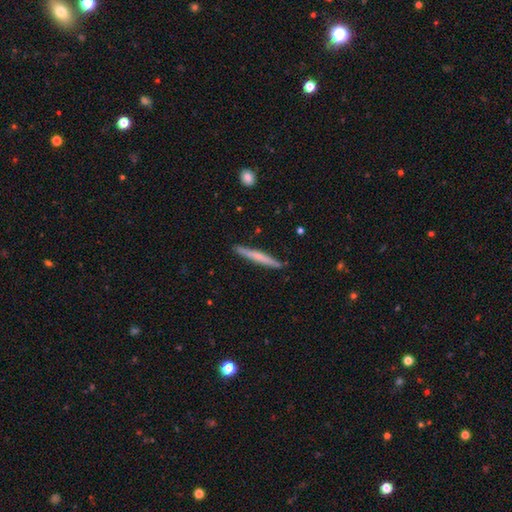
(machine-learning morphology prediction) type=smooth (51%); roundness=cigar-shaped (96%); merging=none (88%).